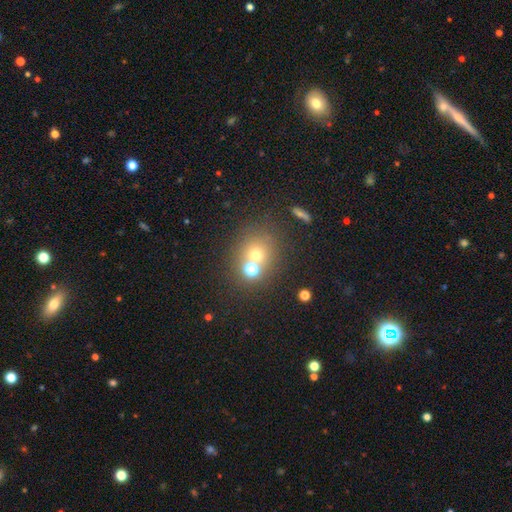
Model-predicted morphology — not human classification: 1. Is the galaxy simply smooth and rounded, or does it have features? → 62% smooth, 22% star or artifact, 16% featured or disk.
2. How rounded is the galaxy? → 84% round, 15% in between, 1% cigar-shaped.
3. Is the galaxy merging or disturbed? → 57% none, 31% merger, 8% minor disturbance, 4% major disturbance.